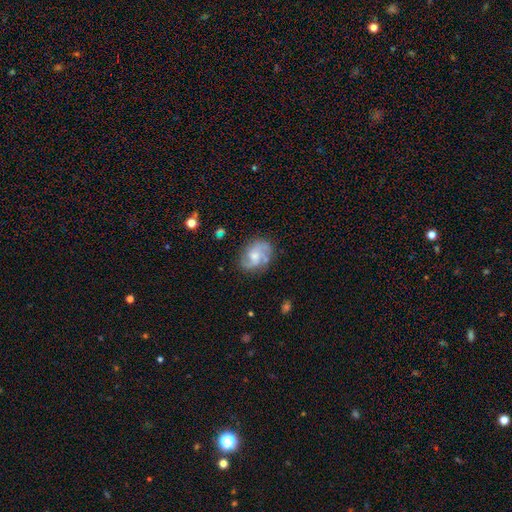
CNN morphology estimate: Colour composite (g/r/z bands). It shows a featured or disk galaxy (75%) with no bar (61%), 2 (51%) medium (48%) spiral arms (92%) and a moderate central bulge (46%). Merging: none (70%).